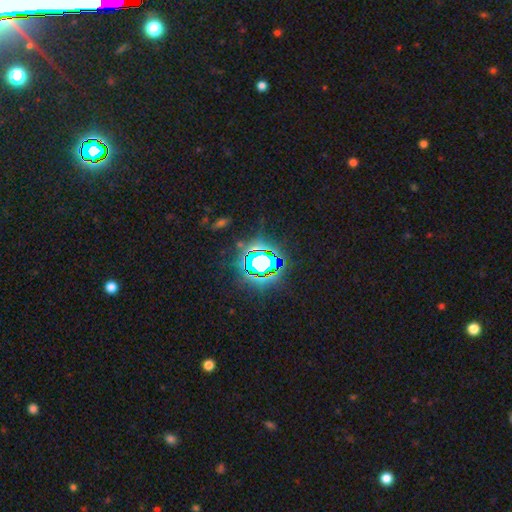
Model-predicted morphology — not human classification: A star or artifact, not a galaxy (81%).

Vote fractions:
- Smooth or featured? star or artifact: 81% / smooth: 11% / featured or disk: 8%